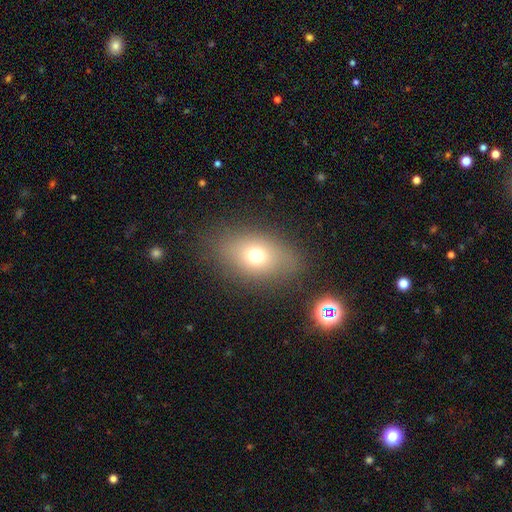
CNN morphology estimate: Smooth or featured? smooth (69%)
How rounded? in between (75%)
Merging? none (79%)